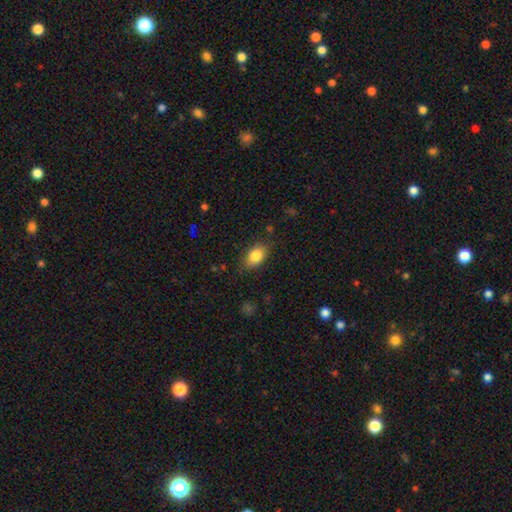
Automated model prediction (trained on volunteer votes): This appears to be a smooth galaxy with no disk features (83%) that is in between round and cigar-shaped (83%). Merging: none (78%).